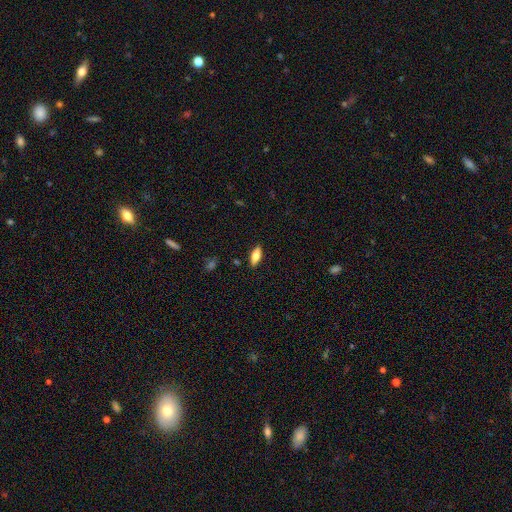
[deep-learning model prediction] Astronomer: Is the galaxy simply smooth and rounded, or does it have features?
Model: smooth — 68%.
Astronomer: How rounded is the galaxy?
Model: in between — 73%.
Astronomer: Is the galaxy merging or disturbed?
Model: none — 88%.